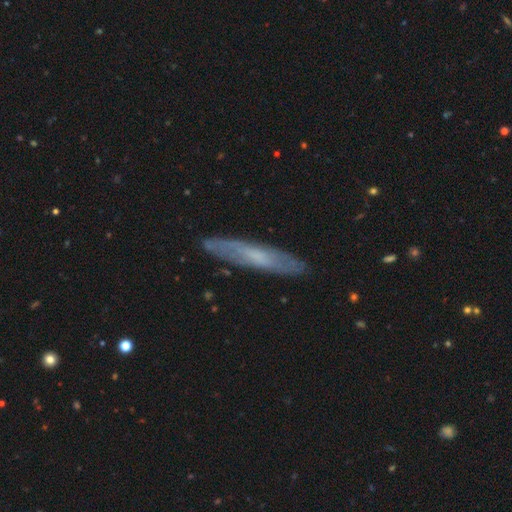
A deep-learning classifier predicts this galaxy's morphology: A featured or disk galaxy (54%) viewed edge-on (65%).

Vote fractions:
- Smooth or featured? featured or disk: 54% / smooth: 38% / star or artifact: 7%
- Edge-on disk? yes: 65% / no: 35%
- Merging? none: 84% / minor disturbance: 12% / major disturbance: 2% / merger: 1%